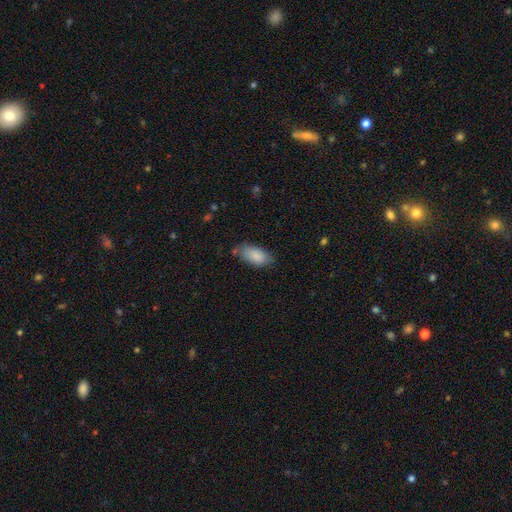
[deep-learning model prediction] A smooth galaxy with no disk features (87%) that is in between round and cigar-shaped (93%).

Vote fractions:
- Smooth or featured? smooth: 87% / featured or disk: 7% / star or artifact: 6%
- How rounded? in between: 93% / cigar-shaped: 5% / round: 2%
- Merging? none: 69% / minor disturbance: 23% / major disturbance: 5% / merger: 3%